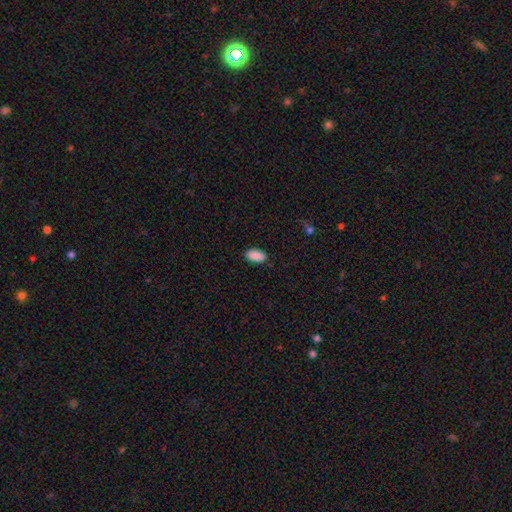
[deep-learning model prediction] Smooth or featured? Predicted: smooth (p=0.90). How rounded? Predicted: in between (p=0.94). Merging? Predicted: none (p=0.87).